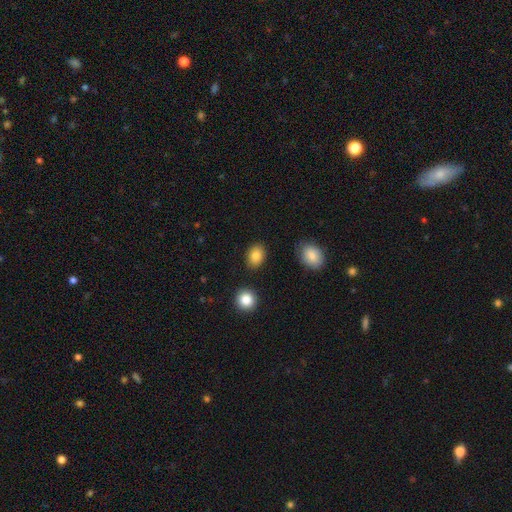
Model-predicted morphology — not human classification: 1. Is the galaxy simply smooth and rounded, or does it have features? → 84% smooth, 8% star or artifact, 7% featured or disk.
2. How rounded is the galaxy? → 68% in between, 31% round, 1% cigar-shaped.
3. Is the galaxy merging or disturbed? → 86% none, 9% minor disturbance, 3% merger, 2% major disturbance.